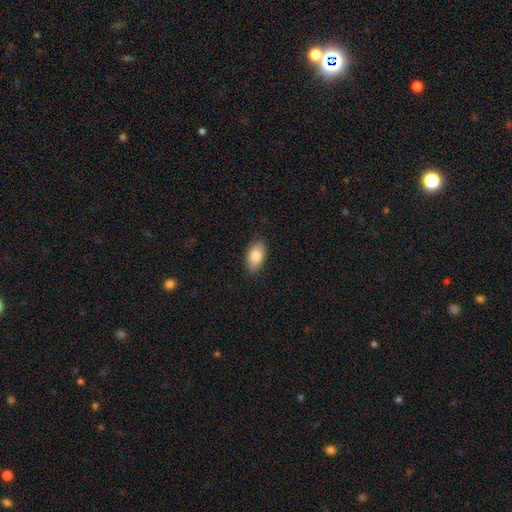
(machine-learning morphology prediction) Smooth or featured: smooth — 83% (featured or disk — 10%)
How rounded: in between — 92% (round — 6%)
Merging: none — 86% (minor disturbance — 11%)